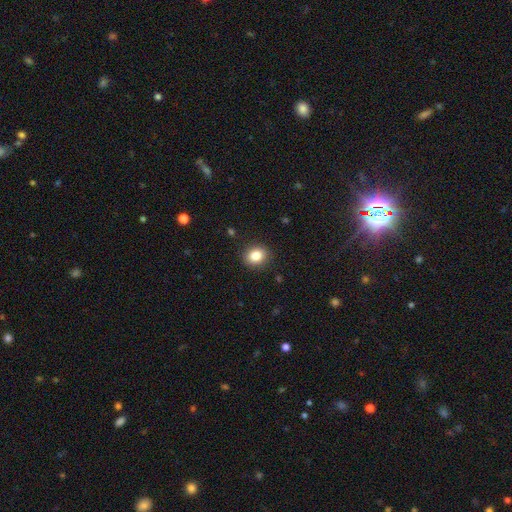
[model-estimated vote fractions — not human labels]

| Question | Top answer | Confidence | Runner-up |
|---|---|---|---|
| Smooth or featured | smooth | 84% | star or artifact (10%) |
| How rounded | round | 61% | in between (38%) |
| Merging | none | 89% | minor disturbance (7%) |